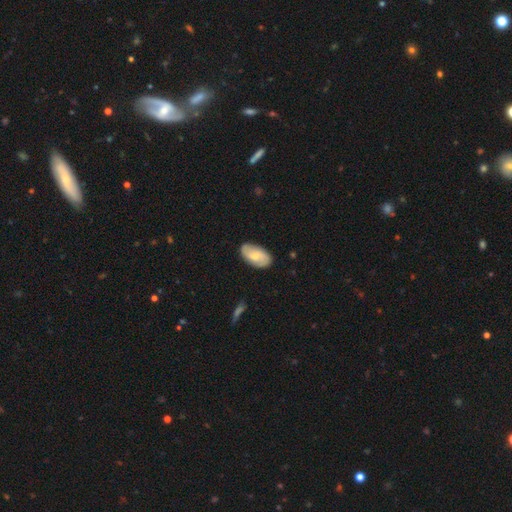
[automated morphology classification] Q: Smooth or featured?
A: smooth (54%); runner-up: featured or disk (40%)
Q: How rounded?
A: in between (94%); runner-up: round (3%)
Q: Merging?
A: none (82%); runner-up: minor disturbance (14%)